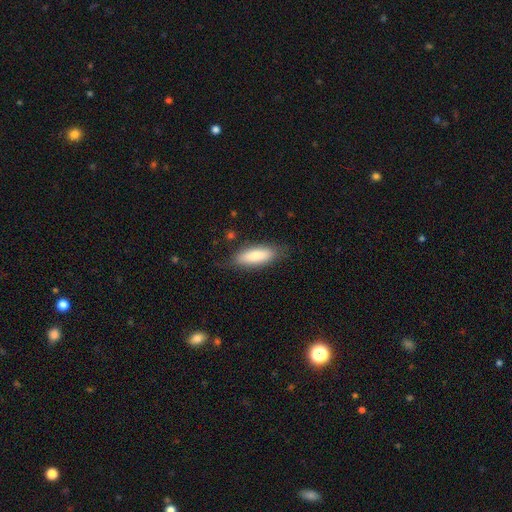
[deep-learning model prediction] A smooth galaxy with no disk features (78%) that is in between round and cigar-shaped (65%). Merging: none (78%).